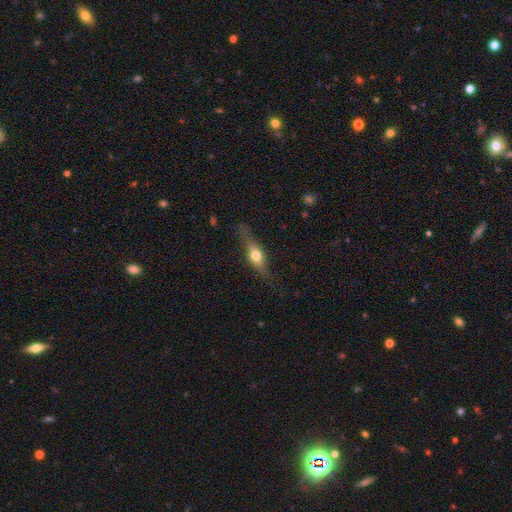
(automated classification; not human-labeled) This appears to be a smooth galaxy with no disk features (49%). Merging: none (73%).